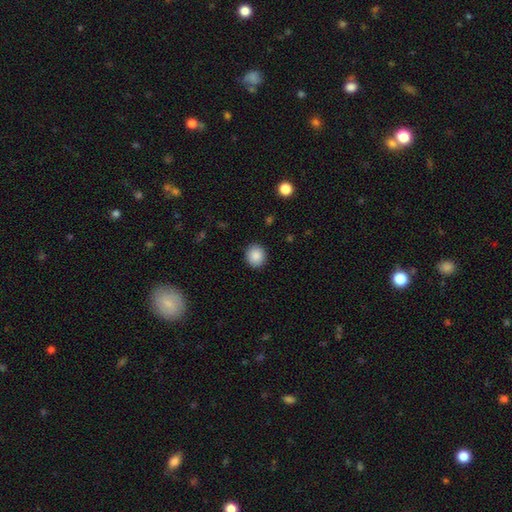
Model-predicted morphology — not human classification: Smooth or featured? smooth (88%)
How rounded? round (85%)
Merging? none (91%)